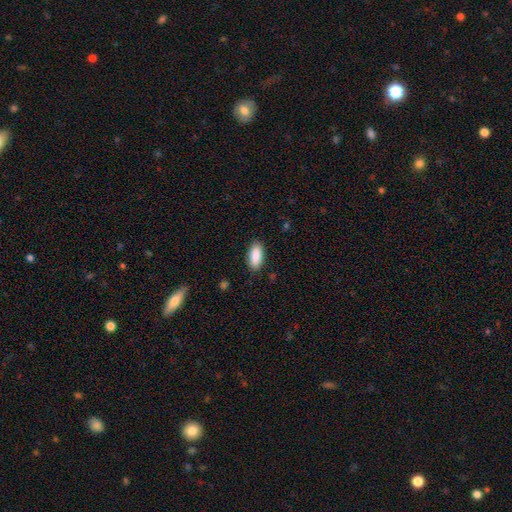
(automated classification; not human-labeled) A smooth galaxy with no disk features (89%) that is in between round and cigar-shaped (86%).

Vote fractions:
- Smooth or featured? smooth: 89% / star or artifact: 6% / featured or disk: 4%
- How rounded? in between: 86% / cigar-shaped: 12% / round: 2%
- Merging? none: 87% / minor disturbance: 10% / major disturbance: 2% / merger: 1%